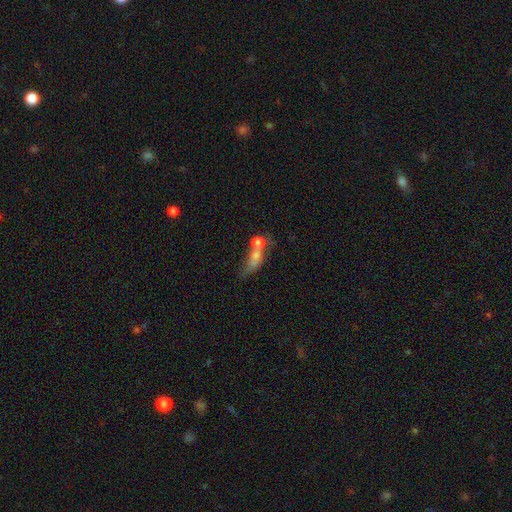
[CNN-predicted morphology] Smooth or featured: smooth — 59% (featured or disk — 28%)
How rounded: in between — 50% (round — 39%)
Merging: merger — 63% (none — 17%)